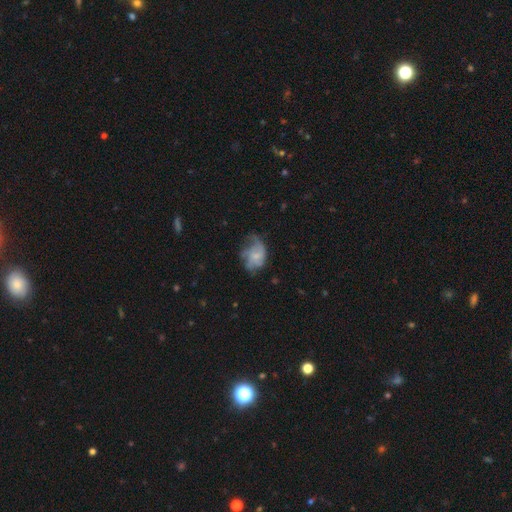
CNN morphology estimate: Q: Smooth or featured?
A: featured or disk (50%); runner-up: smooth (41%)
Q: Merging?
A: major disturbance (35%); runner-up: none (33%)